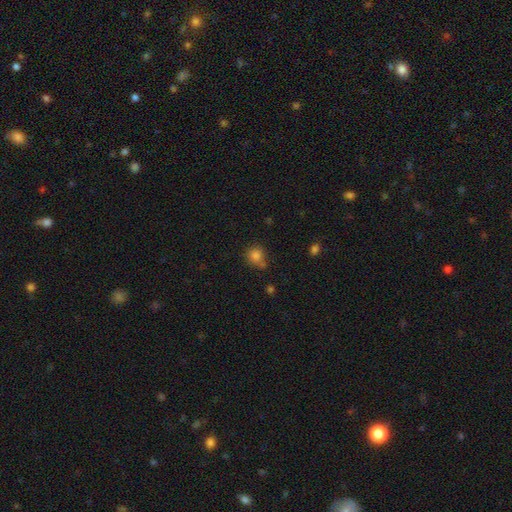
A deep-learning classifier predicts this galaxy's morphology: Smooth or featured: smooth — 81% (star or artifact — 12%)
How rounded: round — 82% (in between — 17%)
Merging: none — 61% (minor disturbance — 21%)